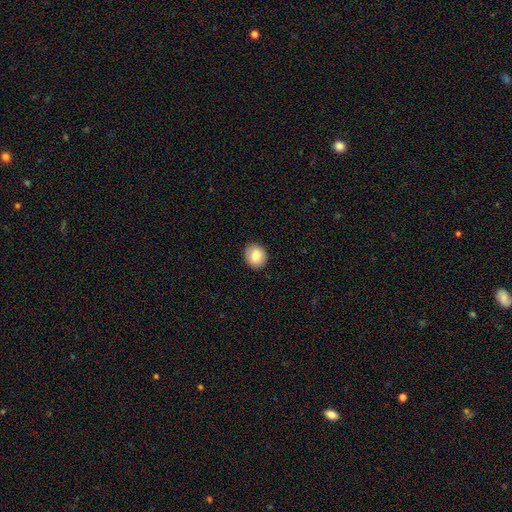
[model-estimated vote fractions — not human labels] smooth 83%, featured or disk 9%, star or artifact 8%. Down the decision tree: how rounded — round (80%); merging — none (90%).